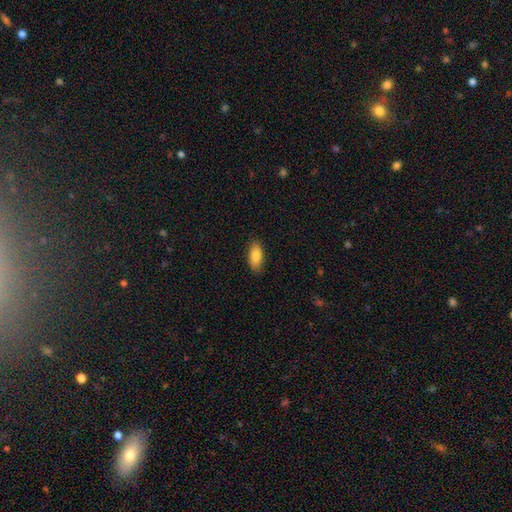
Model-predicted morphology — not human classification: This appears to be a smooth galaxy with no disk features (85%) that is in between round and cigar-shaped (90%). Merging: none (86%).